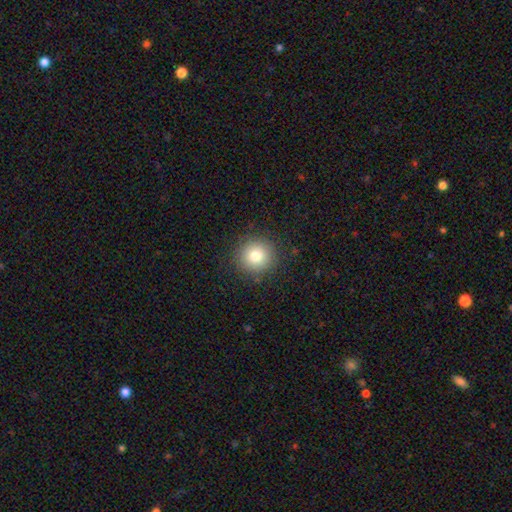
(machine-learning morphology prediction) smooth 79%, star or artifact 12%, featured or disk 9%. Down the decision tree: how rounded — round (93%); merging — none (90%).